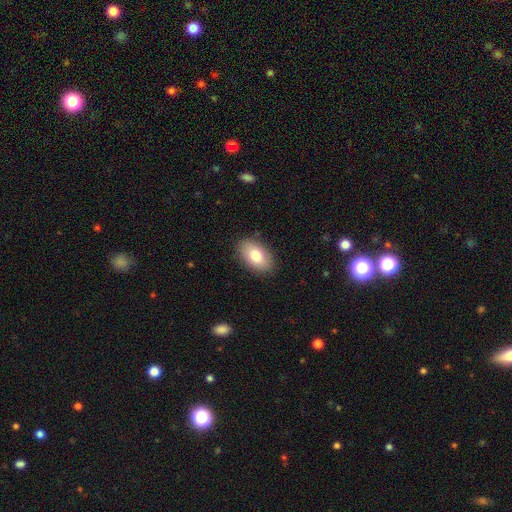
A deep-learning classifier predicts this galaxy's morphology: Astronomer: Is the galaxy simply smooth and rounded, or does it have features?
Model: smooth — 80%.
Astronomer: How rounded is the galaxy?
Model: in between — 92%.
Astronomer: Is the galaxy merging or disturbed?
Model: none — 87%.